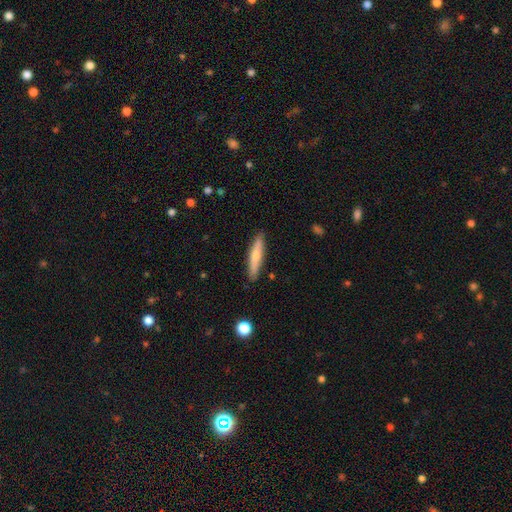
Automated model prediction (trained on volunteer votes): Morphology: type=smooth (64%); roundness=cigar-shaped (86%); merging=none (88%).